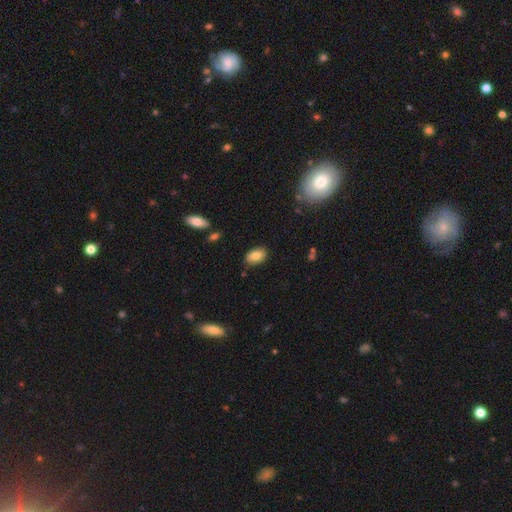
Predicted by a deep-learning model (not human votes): smooth 82%, featured or disk 10%, star or artifact 8%. Down the decision tree: how rounded — in between (88%); merging — none (84%).